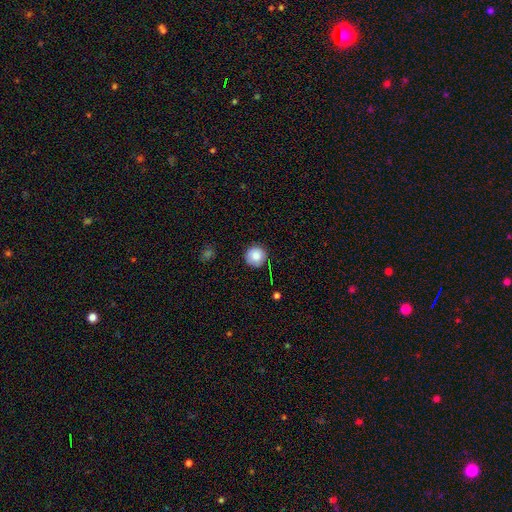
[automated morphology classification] Smooth or featured? smooth (84%)
How rounded? round (95%)
Merging? none (87%)